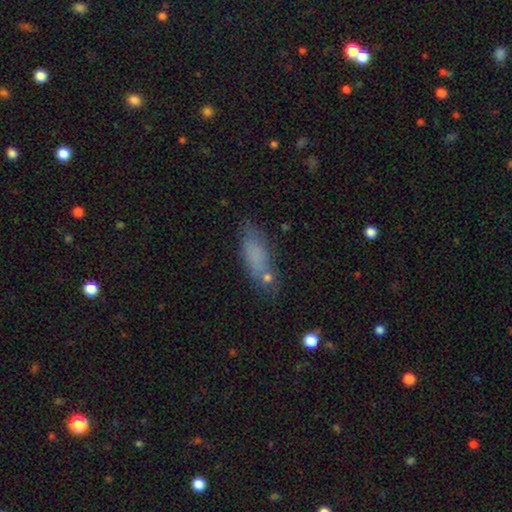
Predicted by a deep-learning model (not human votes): Smooth or featured? Predicted: smooth (p=0.76). How rounded? Predicted: in between (p=0.63). Merging? Predicted: none (p=0.66).